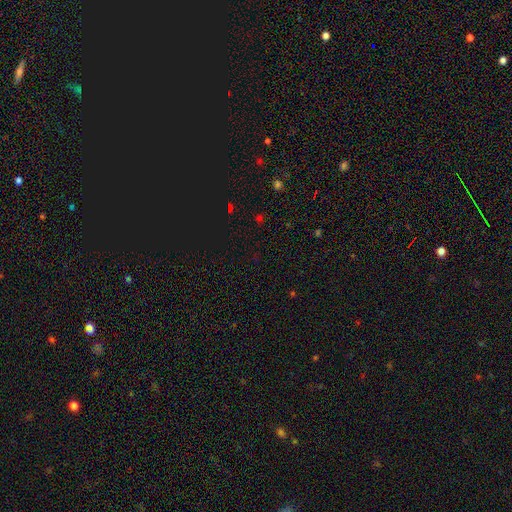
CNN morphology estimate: type=star or artifact (69%).